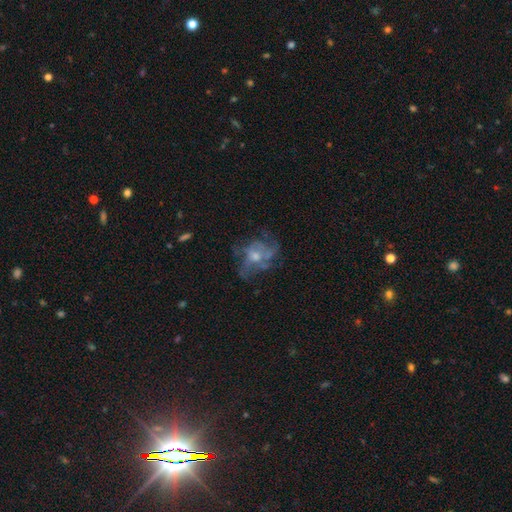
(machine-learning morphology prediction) Smooth or featured: featured or disk — 69% (smooth — 18%)
Edge-on disk: no — 97% (yes — 3%)
Bar: no — 77% (weak — 20%)
Spiral arms: yes — 70% (no — 30%)
Bulge size: moderate — 55% (small — 33%)
Merging: none — 57% (major disturbance — 22%)